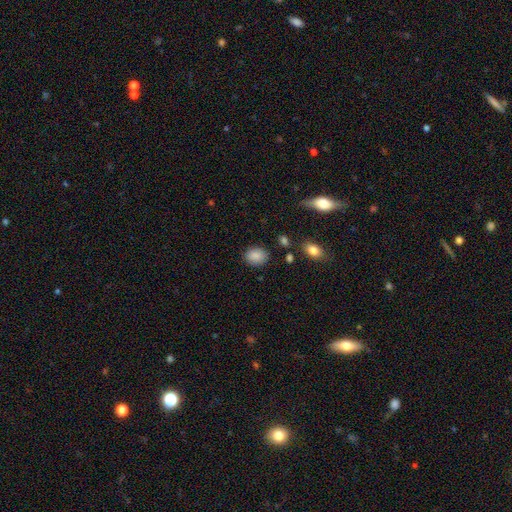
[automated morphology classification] This appears to be a smooth galaxy with no disk features (88%) that is in between round and cigar-shaped (59%). Merging: none (85%).